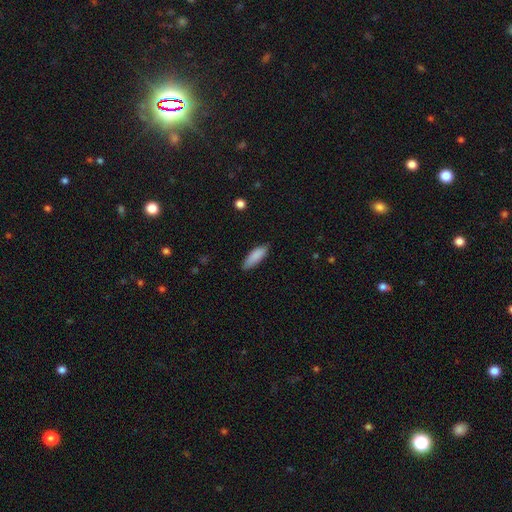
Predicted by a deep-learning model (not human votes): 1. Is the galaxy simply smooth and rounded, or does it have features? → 88% smooth, 6% featured or disk, 6% star or artifact.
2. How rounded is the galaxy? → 55% in between, 44% cigar-shaped, 2% round.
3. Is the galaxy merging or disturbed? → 83% none, 14% minor disturbance, 2% major disturbance, 1% merger.